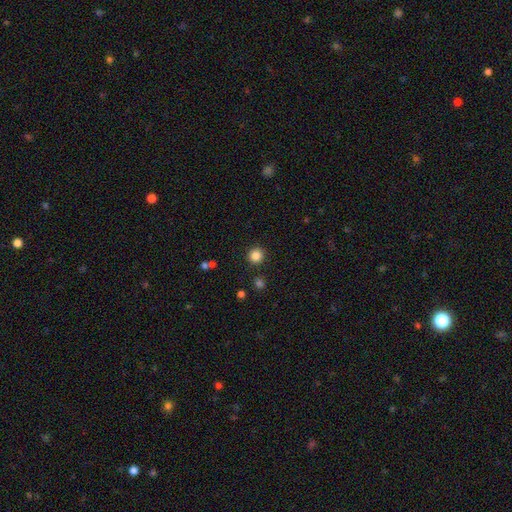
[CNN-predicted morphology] type=smooth (85%); roundness=round (94%); merging=none (90%).